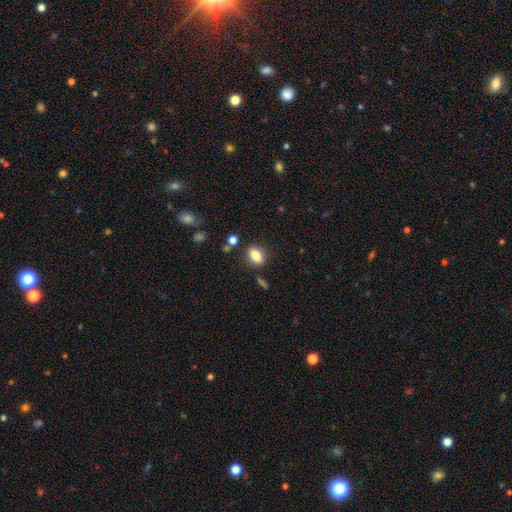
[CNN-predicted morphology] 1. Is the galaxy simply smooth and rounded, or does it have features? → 81% smooth, 10% featured or disk, 9% star or artifact.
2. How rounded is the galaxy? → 72% in between, 25% round, 3% cigar-shaped.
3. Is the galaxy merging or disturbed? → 81% none, 11% minor disturbance, 4% merger, 3% major disturbance.